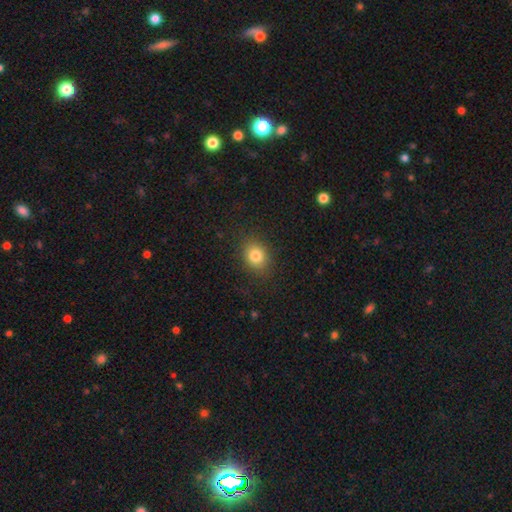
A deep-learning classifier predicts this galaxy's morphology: This is clearly a smooth galaxy (82%). How rounded: possibly round (56%). Merging: clearly none (85%).